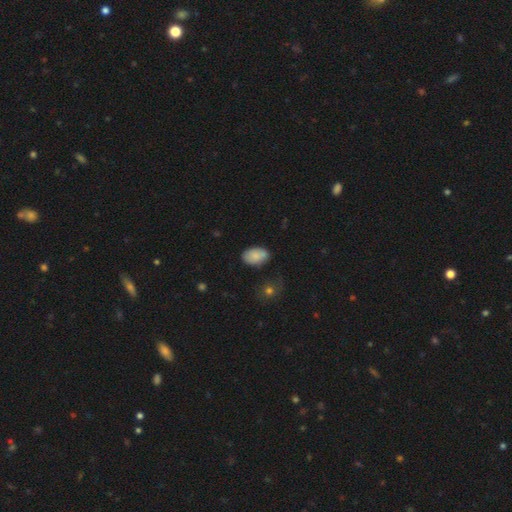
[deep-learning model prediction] smooth_or_featured: smooth (p=0.84) [alt: featured or disk p=0.08]
how_rounded: in between (p=0.91) [alt: round p=0.08]
merging: none (p=0.77) [alt: minor disturbance p=0.17]